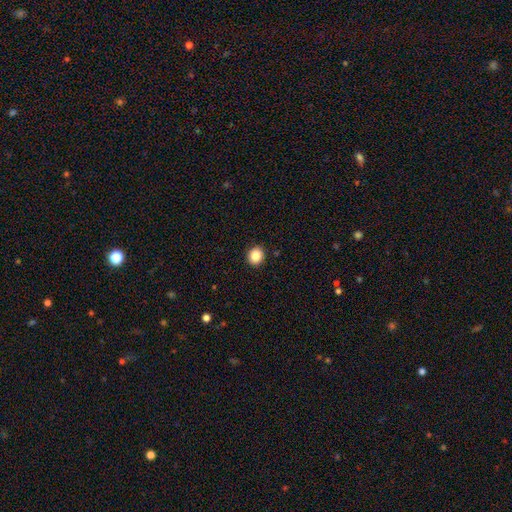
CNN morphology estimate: Q: Smooth or featured?
A: smooth (86%); runner-up: star or artifact (9%)
Q: How rounded?
A: round (77%); runner-up: in between (22%)
Q: Merging?
A: none (92%); runner-up: minor disturbance (5%)